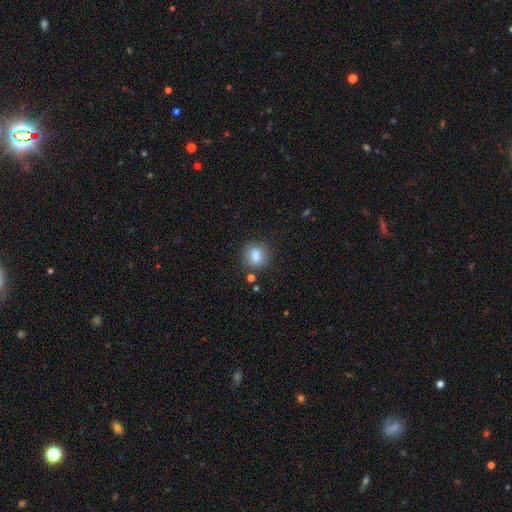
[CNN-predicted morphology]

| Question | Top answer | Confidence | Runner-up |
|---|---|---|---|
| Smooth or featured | smooth | 81% | featured or disk (10%) |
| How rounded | round | 75% | in between (23%) |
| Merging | none | 79% | minor disturbance (13%) |